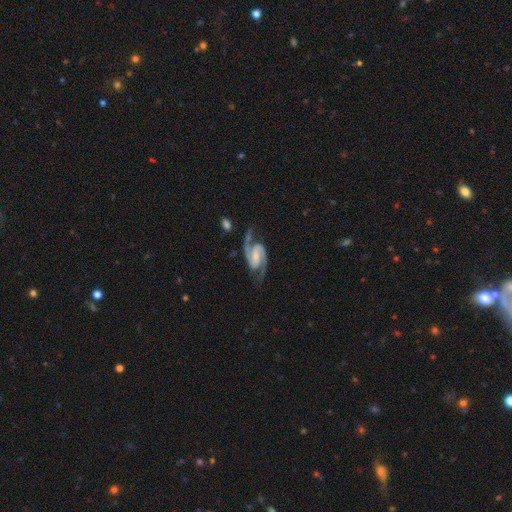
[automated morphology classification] type=featured or disk (92%); edge-on=no (98%); bar=weak (44%); spiral arms=yes (98%); winding=medium (61%); arm count=2 (94%); bulge=small (38%); merging=none (76%).